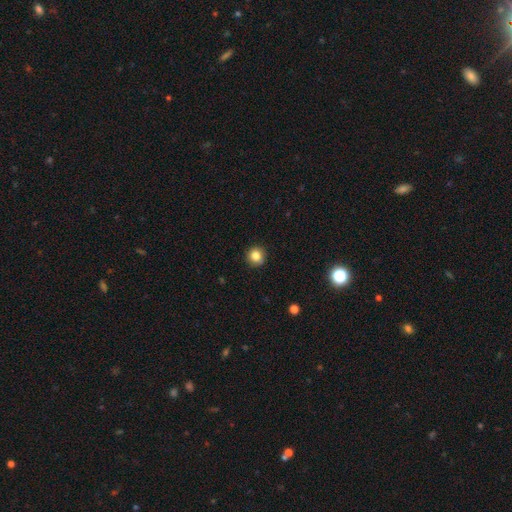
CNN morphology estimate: This appears to be a smooth galaxy with no disk features (83%) that is round (94%). Merging: none (92%).